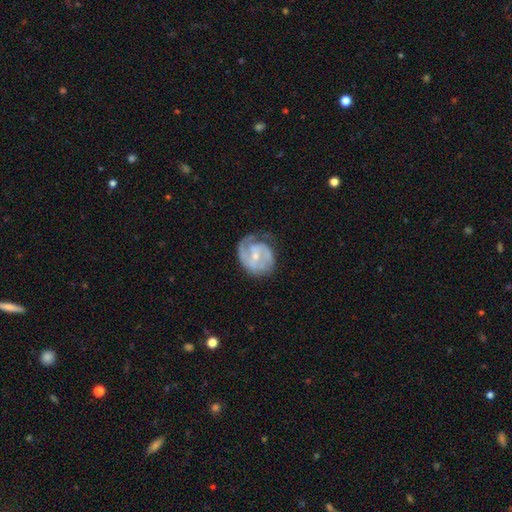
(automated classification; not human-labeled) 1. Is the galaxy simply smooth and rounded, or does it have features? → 81% featured or disk, 14% smooth, 5% star or artifact.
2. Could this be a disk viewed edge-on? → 98% no, 2% yes.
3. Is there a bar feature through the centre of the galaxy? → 48% weak, 37% no, 15% strong.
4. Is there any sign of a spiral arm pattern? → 92% yes, 8% no.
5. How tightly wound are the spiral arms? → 43% medium, 41% tight, 16% loose.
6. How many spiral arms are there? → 61% 2, 14% 1, 13% can't tell, 8% 3, 2% 4, 2% more than 4.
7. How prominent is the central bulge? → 59% small, 35% moderate, 3% none, 1% large, 1% dominant.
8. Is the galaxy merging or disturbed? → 59% none, 24% minor disturbance, 15% major disturbance, 2% merger.